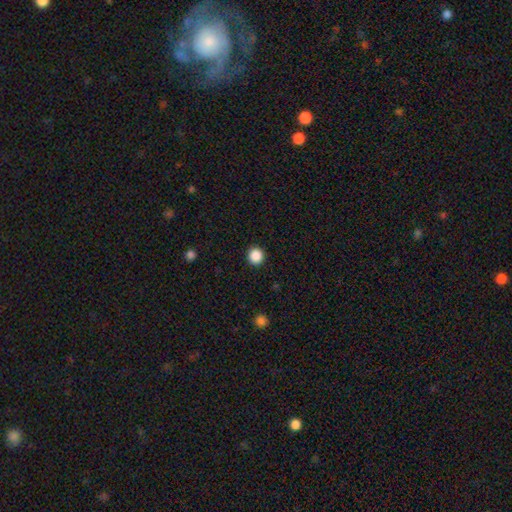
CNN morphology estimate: Smooth or featured?
  - smooth: 88% *
  - star or artifact: 10%
  - featured or disk: 2%
How rounded?
  - round: 93% *
  - in between: 6%
  - cigar-shaped: 1%
Merging?
  - none: 93% *
  - minor disturbance: 5%
  - major disturbance: 2%
  - merger: 1%